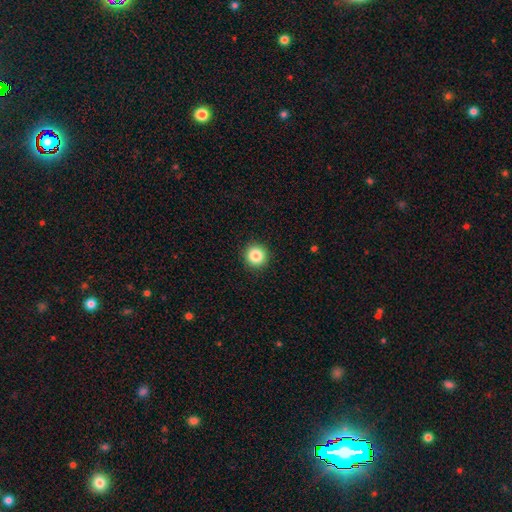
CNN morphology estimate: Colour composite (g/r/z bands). It shows a smooth galaxy with no disk features (85%) that is round (95%). Merging: none (93%).